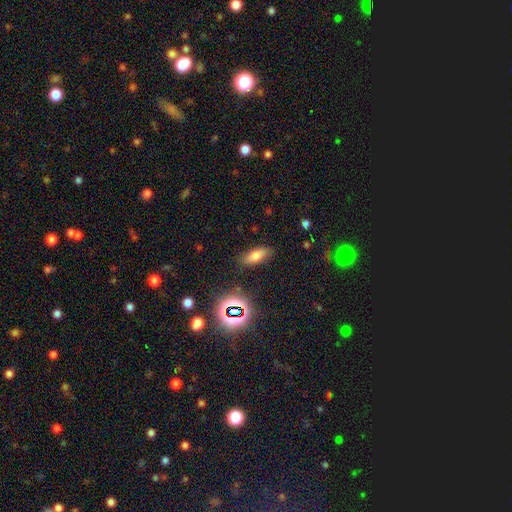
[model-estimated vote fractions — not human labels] Morphology: type=smooth (70%); roundness=in between (74%); merging=none (83%).